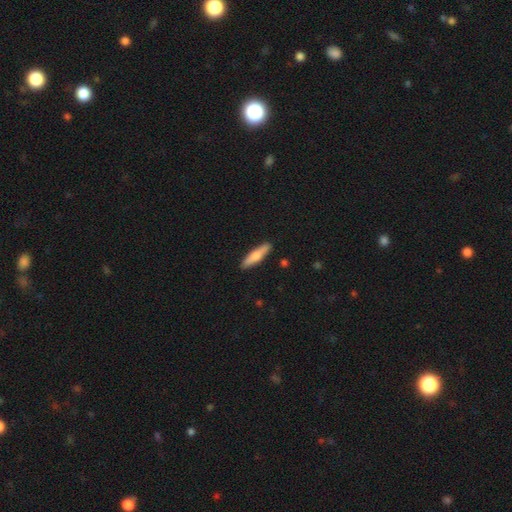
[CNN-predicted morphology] smooth 62%, featured or disk 33%, star or artifact 5%. Down the decision tree: how rounded — cigar-shaped (78%); merging — none (90%).